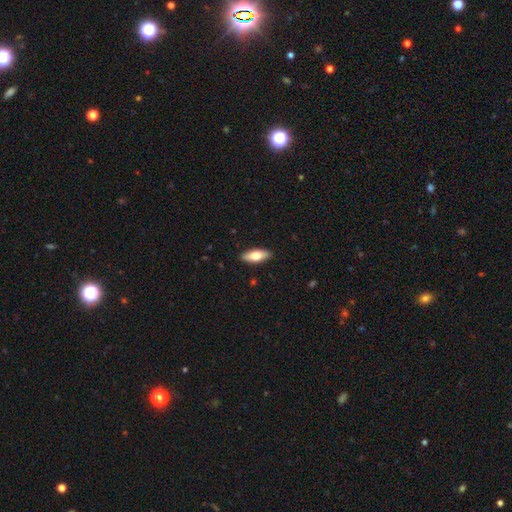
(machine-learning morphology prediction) Smooth or featured? smooth (69%)
How rounded? in between (71%)
Merging? none (90%)